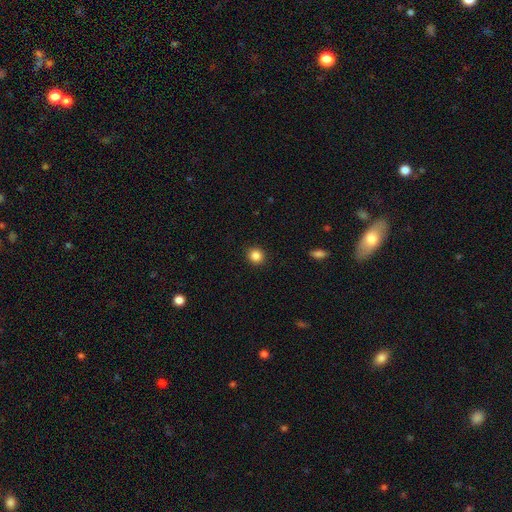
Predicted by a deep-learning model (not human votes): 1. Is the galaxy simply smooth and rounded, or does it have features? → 86% smooth, 11% star or artifact, 4% featured or disk.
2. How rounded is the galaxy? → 90% round, 9% in between, 1% cigar-shaped.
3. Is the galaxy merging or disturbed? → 92% none, 5% minor disturbance, 2% major disturbance, 1% merger.